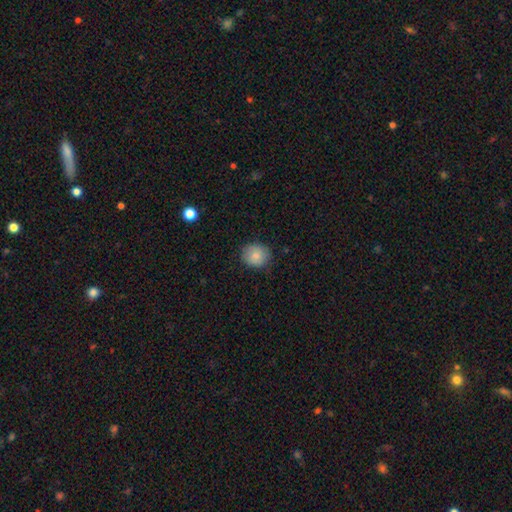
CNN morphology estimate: This appears to be a smooth galaxy with no disk features (83%) that is round (78%). Merging: none (82%).